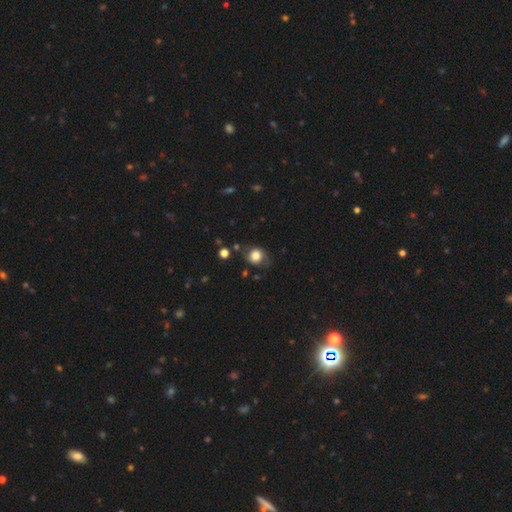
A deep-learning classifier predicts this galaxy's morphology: This appears to be a smooth galaxy with no disk features (77%) that is round (79%). Merging: none (64%).